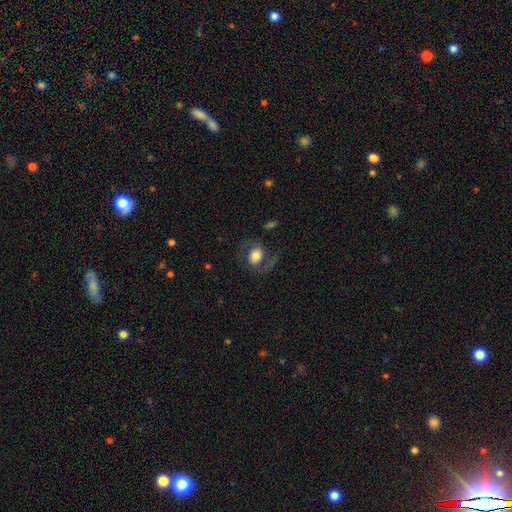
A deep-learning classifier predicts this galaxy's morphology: A smooth galaxy with no disk features (51%) that is in between round and cigar-shaped (60%). Merging: none (65%).